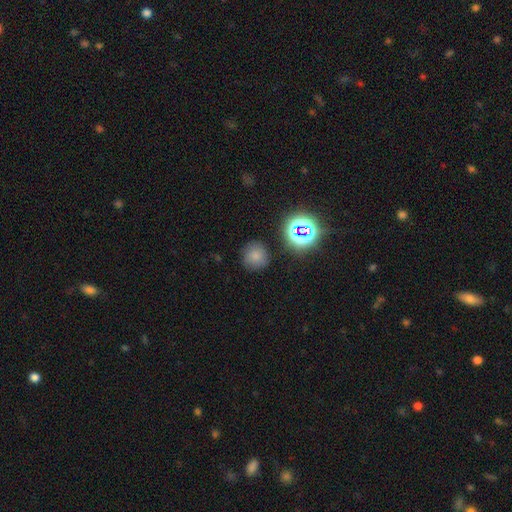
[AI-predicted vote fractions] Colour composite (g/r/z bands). It shows a smooth galaxy with no disk features (72%) that is round (91%). Merging: none (82%).